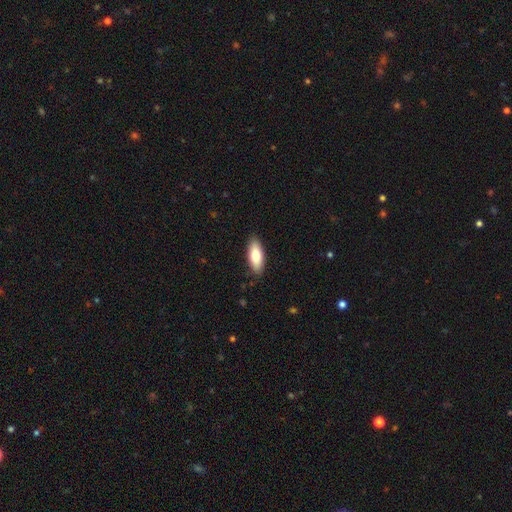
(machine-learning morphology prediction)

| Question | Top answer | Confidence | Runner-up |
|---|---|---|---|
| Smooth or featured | smooth | 80% | featured or disk (15%) |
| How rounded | in between | 75% | cigar-shaped (23%) |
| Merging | none | 88% | minor disturbance (10%) |